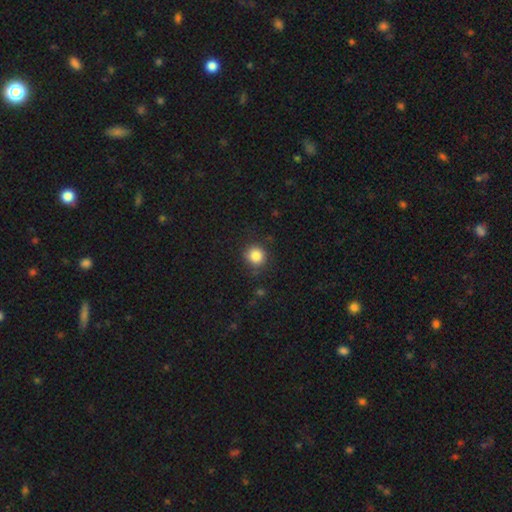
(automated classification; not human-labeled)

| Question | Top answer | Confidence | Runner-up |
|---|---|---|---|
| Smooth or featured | smooth | 84% | star or artifact (11%) |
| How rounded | round | 90% | in between (9%) |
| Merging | none | 82% | minor disturbance (13%) |